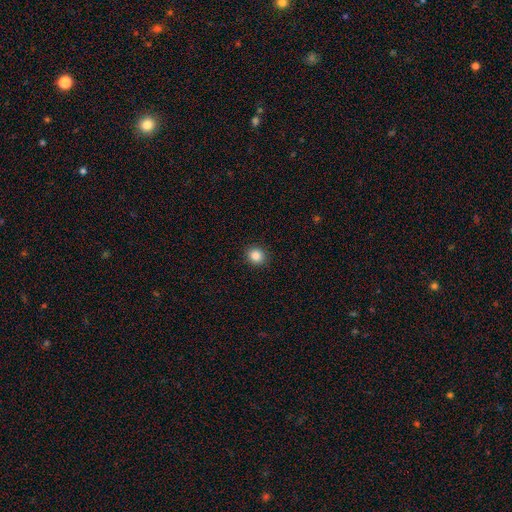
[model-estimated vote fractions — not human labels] A smooth galaxy with no disk features (86%) that is round (82%).

Vote fractions:
- Smooth or featured? smooth: 86% / star or artifact: 10% / featured or disk: 4%
- How rounded? round: 82% / in between: 17% / cigar-shaped: 1%
- Merging? none: 91% / minor disturbance: 6% / major disturbance: 2% / merger: 1%